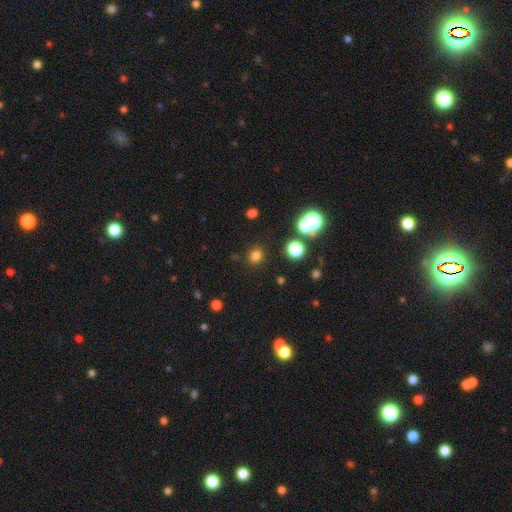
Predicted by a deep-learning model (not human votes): This appears to be a smooth galaxy with no disk features (76%) that is round (83%). Merging: none (87%).